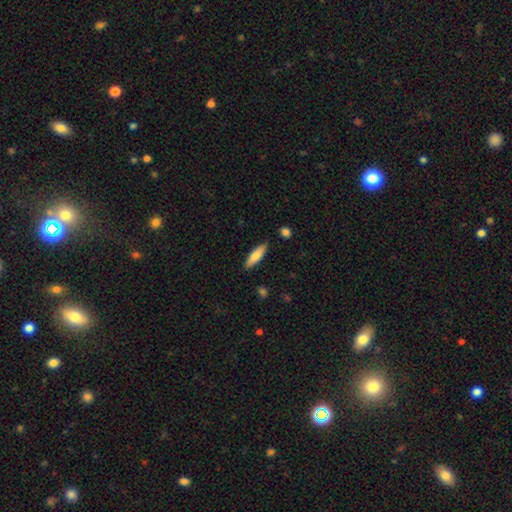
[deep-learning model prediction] This is likely a smooth galaxy (76%). How rounded: possibly cigar-shaped (58%). Merging: clearly none (87%).